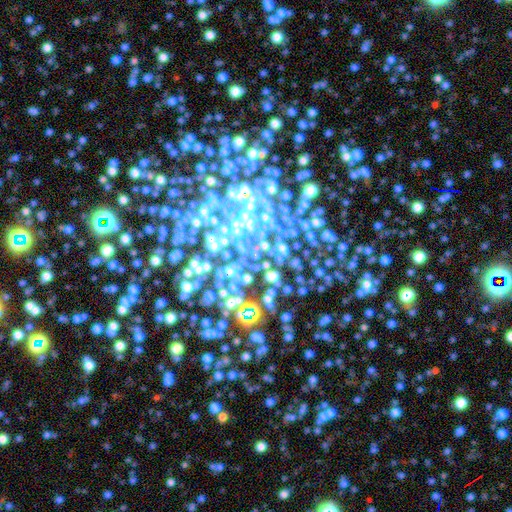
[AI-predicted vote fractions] smooth_or_featured: star or artifact (p=0.54) [alt: featured or disk p=0.23]